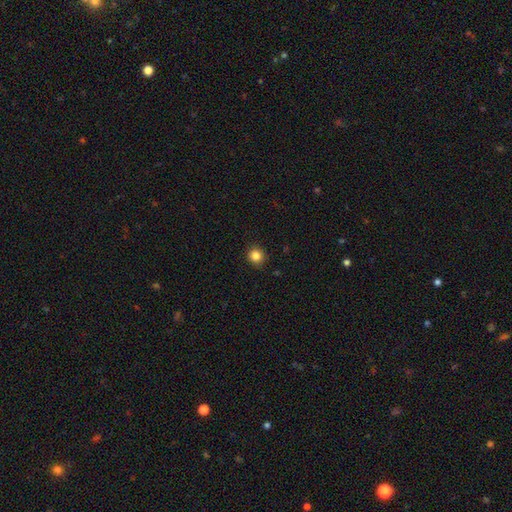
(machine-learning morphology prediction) Overall: smooth (84%). How rounded: round (92%). Merging: none (91%).